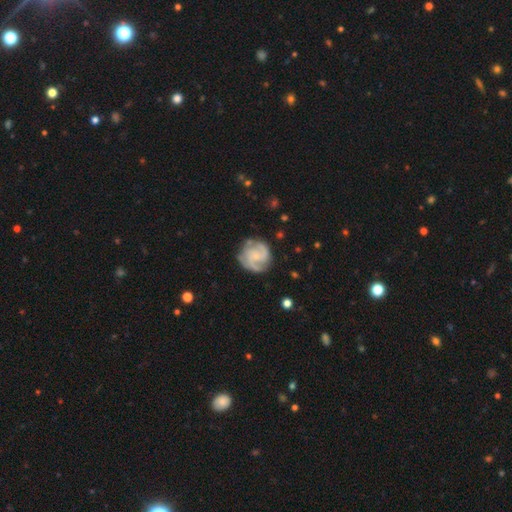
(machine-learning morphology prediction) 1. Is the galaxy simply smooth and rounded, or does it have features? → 85% featured or disk, 11% smooth, 5% star or artifact.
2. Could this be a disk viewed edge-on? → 98% no, 2% yes.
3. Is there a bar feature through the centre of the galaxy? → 60% no, 34% weak, 6% strong.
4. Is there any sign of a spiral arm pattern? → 97% yes, 3% no.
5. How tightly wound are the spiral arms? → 46% medium, 42% tight, 12% loose.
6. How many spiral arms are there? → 61% 2, 21% 3, 9% can't tell, 3% 1, 3% 4, 3% more than 4.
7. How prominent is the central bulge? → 59% small, 23% none, 16% moderate, 2% large, 1% dominant.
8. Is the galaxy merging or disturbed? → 77% none, 15% minor disturbance, 6% major disturbance, 2% merger.